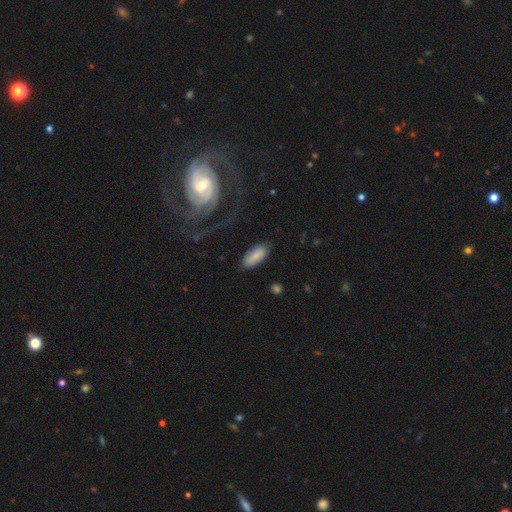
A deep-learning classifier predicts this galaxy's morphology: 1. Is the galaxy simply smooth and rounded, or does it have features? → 81% smooth, 12% featured or disk, 7% star or artifact.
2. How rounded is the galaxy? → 86% in between, 12% cigar-shaped, 2% round.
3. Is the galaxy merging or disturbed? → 75% none, 17% minor disturbance, 5% major disturbance, 3% merger.